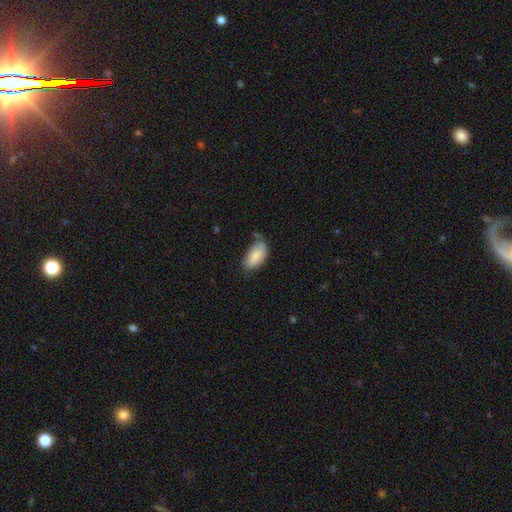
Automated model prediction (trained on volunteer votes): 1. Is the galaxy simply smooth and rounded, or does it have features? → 85% smooth, 8% featured or disk, 6% star or artifact.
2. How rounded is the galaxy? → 94% in between, 3% cigar-shaped, 2% round.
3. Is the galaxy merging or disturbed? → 64% none, 27% minor disturbance, 5% major disturbance, 4% merger.